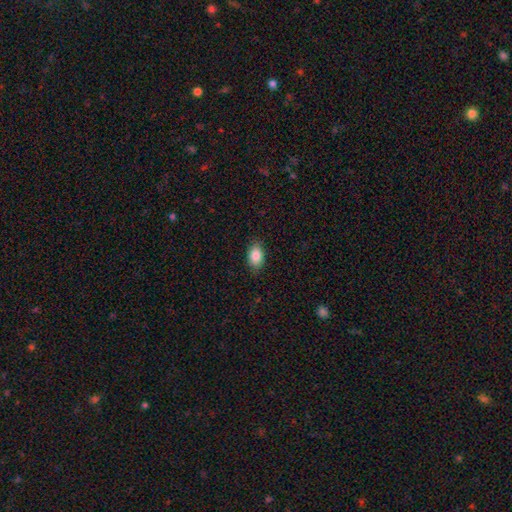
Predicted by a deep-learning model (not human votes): Smooth or featured?
  - smooth: 86% *
  - star or artifact: 8%
  - featured or disk: 7%
How rounded?
  - in between: 89% *
  - round: 10%
  - cigar-shaped: 2%
Merging?
  - none: 86% *
  - minor disturbance: 11%
  - major disturbance: 2%
  - merger: 1%